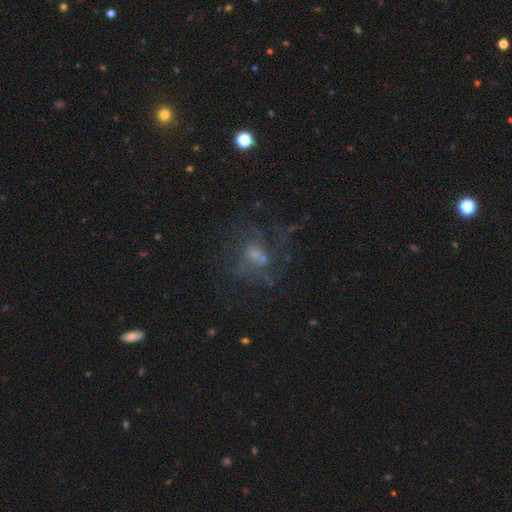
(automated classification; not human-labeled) A featured or disk galaxy (53%) with no bar (74%), no spiral arms (53%) and a small central bulge (42%). Merging: none (49%).